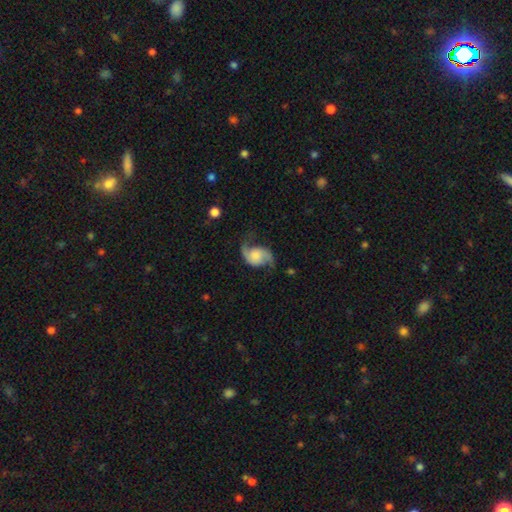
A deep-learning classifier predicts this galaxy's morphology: smooth-or-featured: featured or disk: 82% | smooth: 11% | star or artifact: 6%
  disk-edge-on: no: 97% | yes: 3%
    bar: no: 69% | weak: 25% | strong: 5%
    has-spiral-arms: yes: 96% | no: 4%
      spiral-winding: loose: 61% | medium: 31% | tight: 8%
      spiral-arm-count: 2: 92% | 1: 3% | can't tell: 2% | 3: 1% | 4: 1% | more than 4: 1%
    bulge-size: moderate: 26% (tied) | small: 26% (tied) | none: 25% | large: 18% | dominant: 5%
  merging: none: 67% | minor disturbance: 20% | major disturbance: 11% | merger: 2%